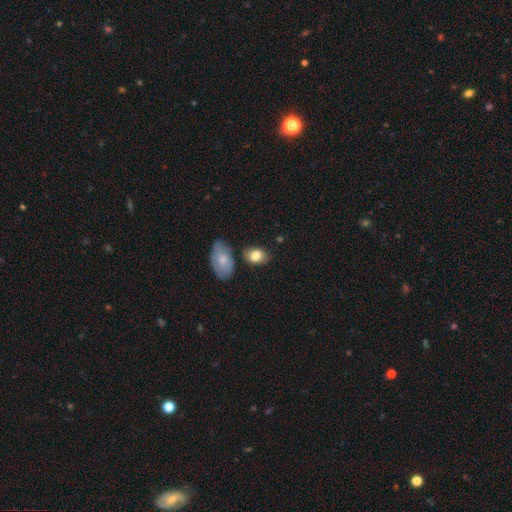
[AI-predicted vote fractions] Overall: smooth (82%). How rounded: in between (79%). Merging: none (71%).